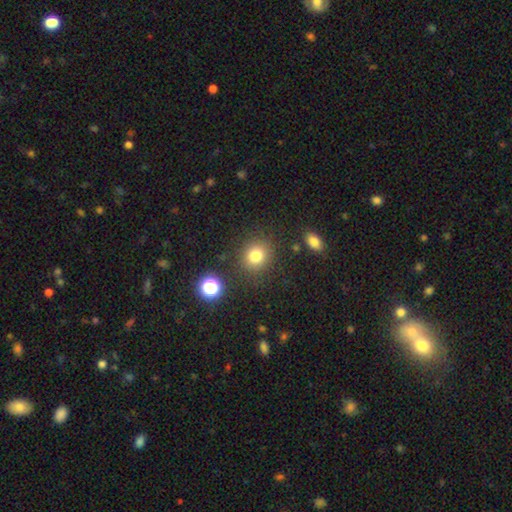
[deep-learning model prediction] Morphology: type=smooth (79%); roundness=round (78%); merging=none (84%).